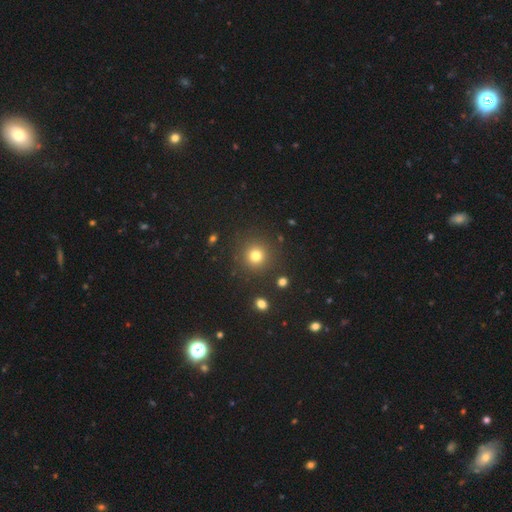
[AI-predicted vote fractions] A smooth galaxy with no disk features (78%) that is round (94%).

Vote fractions:
- Smooth or featured? smooth: 78% / star or artifact: 16% / featured or disk: 7%
- How rounded? round: 94% / in between: 5% / cigar-shaped: 1%
- Merging? none: 89% / minor disturbance: 6% / major disturbance: 3% / merger: 2%